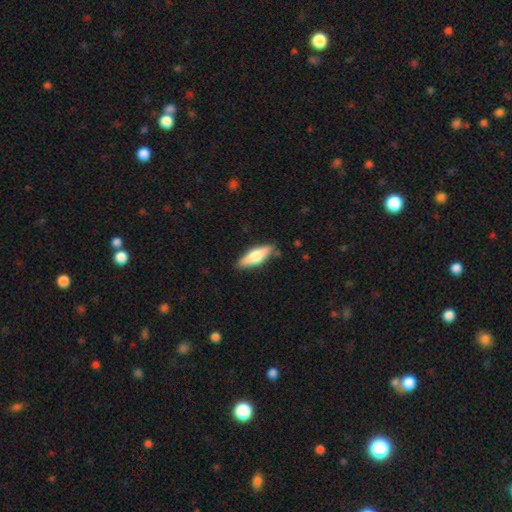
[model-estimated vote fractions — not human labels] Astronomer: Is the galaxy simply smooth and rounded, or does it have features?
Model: smooth — 59% (runner-up: featured or disk, 35%).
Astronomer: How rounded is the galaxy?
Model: in between — 50% (runner-up: cigar-shaped, 48%).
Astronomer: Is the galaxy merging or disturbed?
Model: none — 85%.